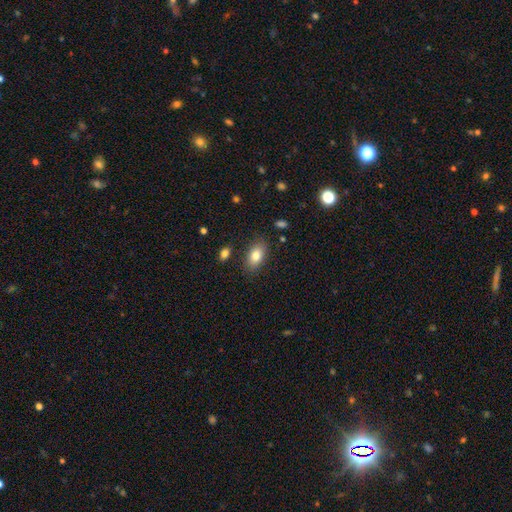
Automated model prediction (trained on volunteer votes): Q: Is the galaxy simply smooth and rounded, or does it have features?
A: smooth — 81%.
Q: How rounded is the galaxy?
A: in between — 90%.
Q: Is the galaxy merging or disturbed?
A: none — 84%.